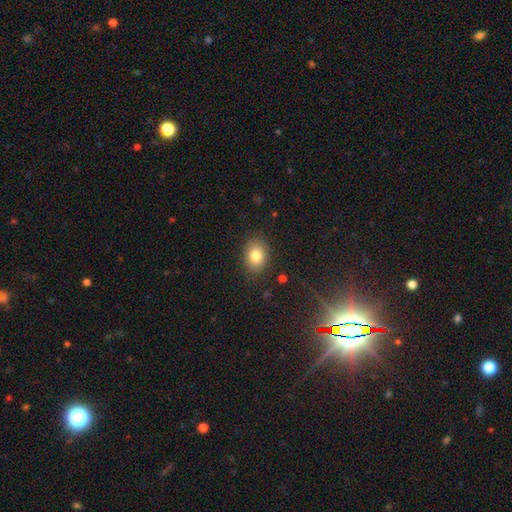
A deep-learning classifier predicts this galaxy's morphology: The model was most divided on "how rounded": in between: 66%, round: 33%, cigar-shaped: 1%. More confident: merging — none (86%); smooth or featured — smooth (82%).